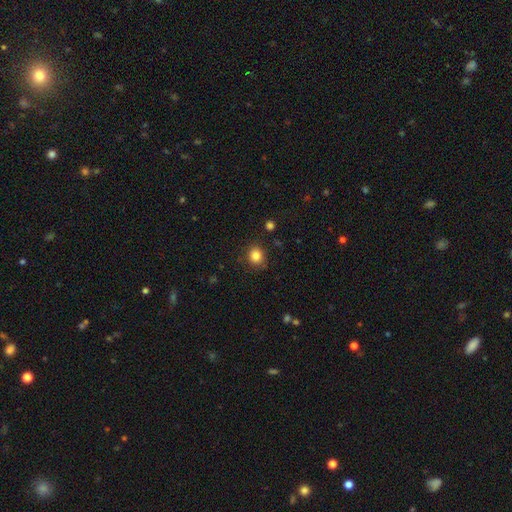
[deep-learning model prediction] This appears to be a smooth galaxy with no disk features (84%) that is round (81%). Merging: none (85%).